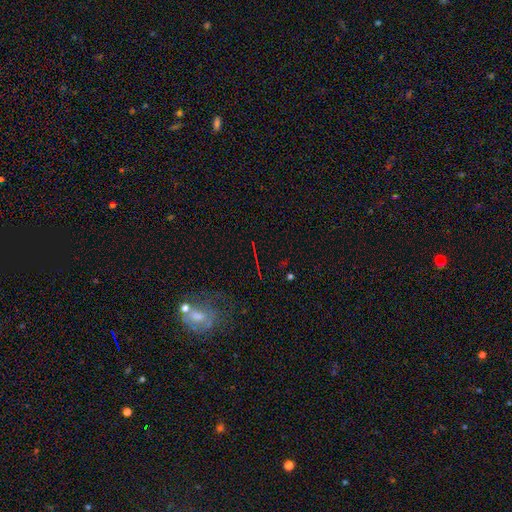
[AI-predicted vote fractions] A star or artifact, not a galaxy (66%).